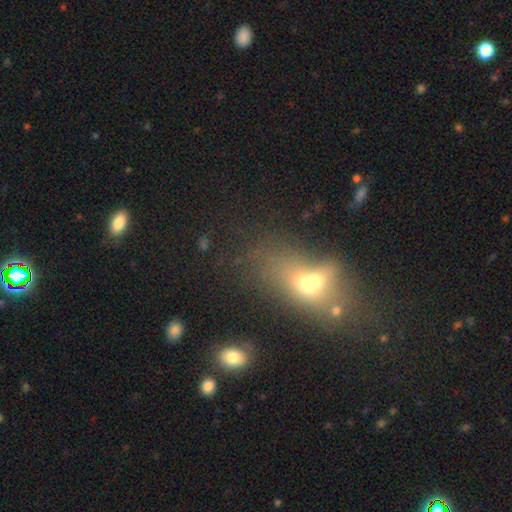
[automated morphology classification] The model was most divided on "smooth or featured": smooth: 52%, featured or disk: 26%, star or artifact: 22%. More confident: how rounded — in between (63%); merging — merger (52%).